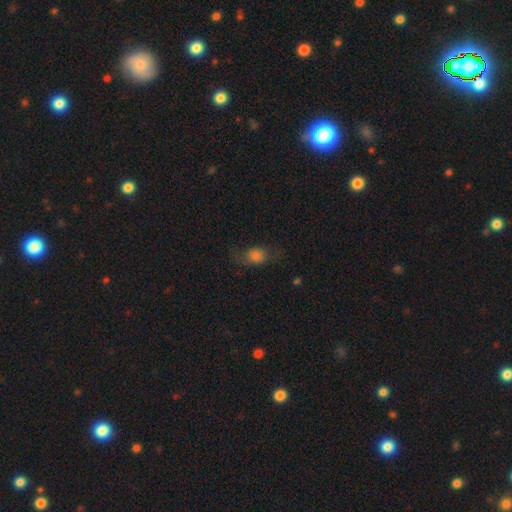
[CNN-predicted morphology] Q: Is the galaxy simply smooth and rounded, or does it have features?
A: smooth — 69%.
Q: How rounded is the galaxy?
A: in between — 61%.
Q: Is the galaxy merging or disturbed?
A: none — 59%.